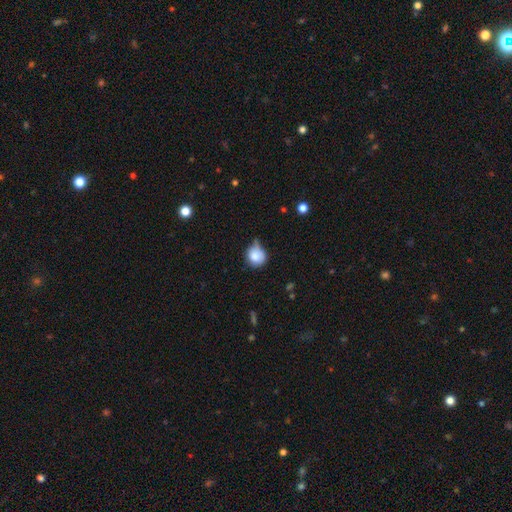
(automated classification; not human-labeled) This appears to be a smooth galaxy with no disk features (83%) that is round (85%). Merging: none (46%).